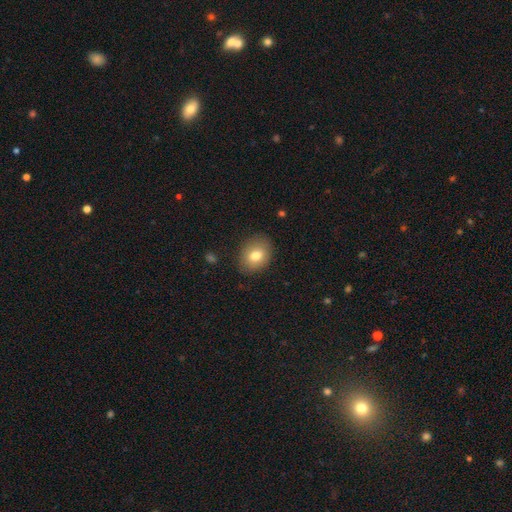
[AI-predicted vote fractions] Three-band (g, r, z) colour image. It shows a smooth galaxy with no disk features (77%) that is in between round and cigar-shaped (57%). Merging: none (84%).